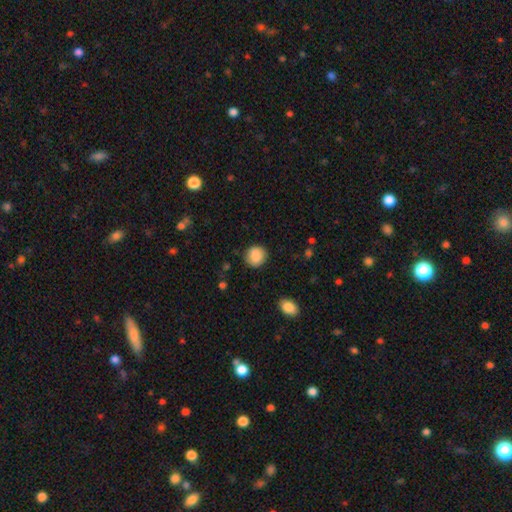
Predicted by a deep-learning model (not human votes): A smooth galaxy with no disk features (86%) that is round (84%). Merging: none (87%).